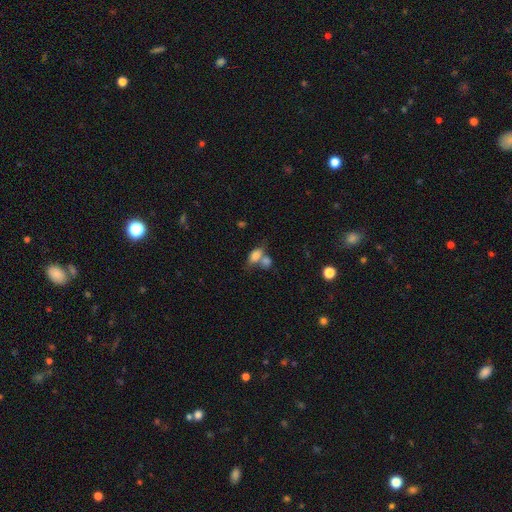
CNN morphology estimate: smooth 78%, featured or disk 12%, star or artifact 10%. Down the decision tree: how rounded — in between (85%); merging — merger (47%).